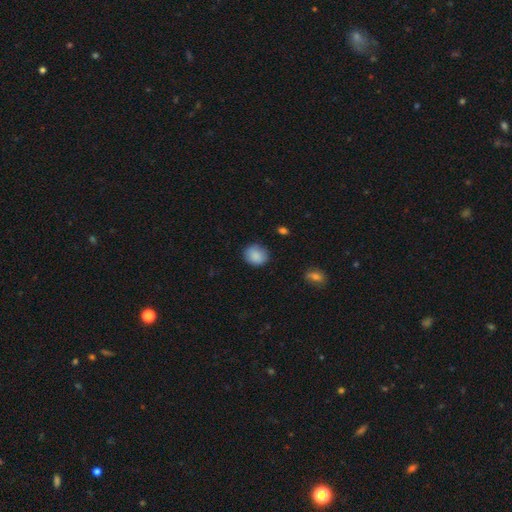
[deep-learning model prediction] A smooth galaxy with no disk features (87%) that is round (74%). Merging: none (81%).